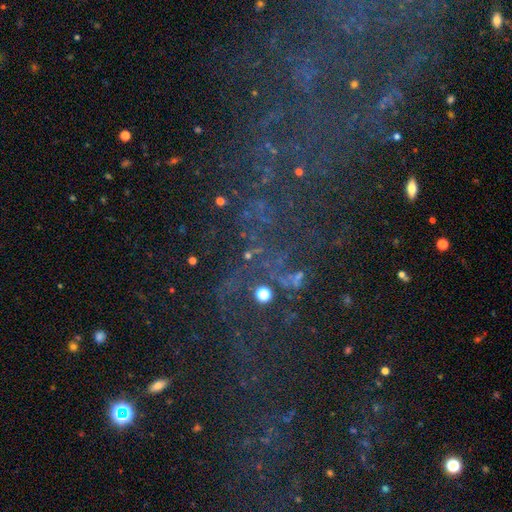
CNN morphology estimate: Smooth or featured? Predicted: star or artifact (p=0.63).